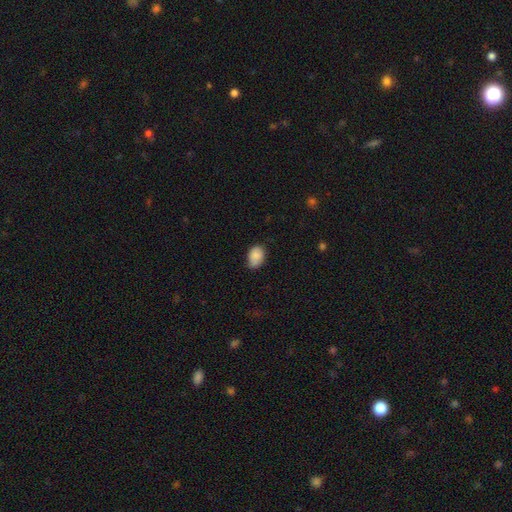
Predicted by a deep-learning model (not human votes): This is clearly a smooth galaxy (86%). How rounded: clearly in between (81%). Merging: likely none (64%).